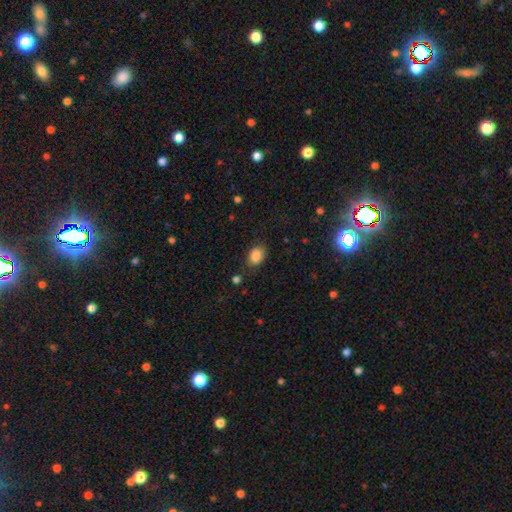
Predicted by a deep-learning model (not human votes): A smooth galaxy with no disk features (87%) that is in between round and cigar-shaped (81%).

Vote fractions:
- Smooth or featured? smooth: 87% / star or artifact: 8% / featured or disk: 5%
- How rounded? in between: 81% / round: 18% / cigar-shaped: 1%
- Merging? none: 74% / minor disturbance: 19% / major disturbance: 5% / merger: 2%